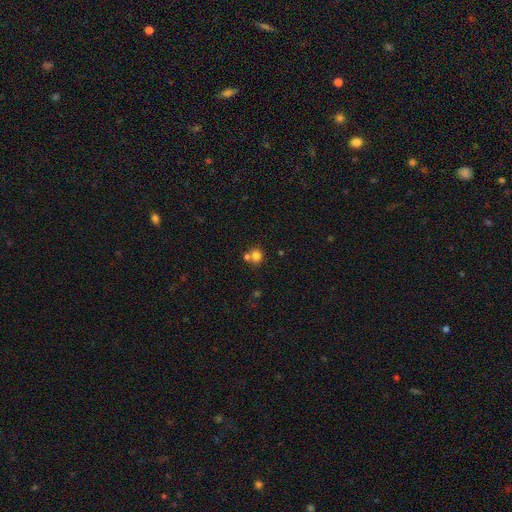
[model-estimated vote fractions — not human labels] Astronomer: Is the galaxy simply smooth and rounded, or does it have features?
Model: smooth — 79%.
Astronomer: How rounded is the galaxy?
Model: round — 74%.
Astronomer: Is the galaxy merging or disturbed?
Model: none — 52% (runner-up: merger, 36%).